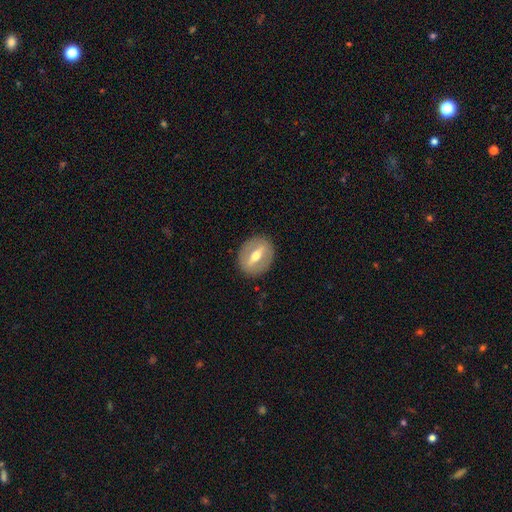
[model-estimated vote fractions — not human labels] Overall: featured or disk (62%; smooth 32%). Edge-on disk: no (73%). Merging: none (88%).